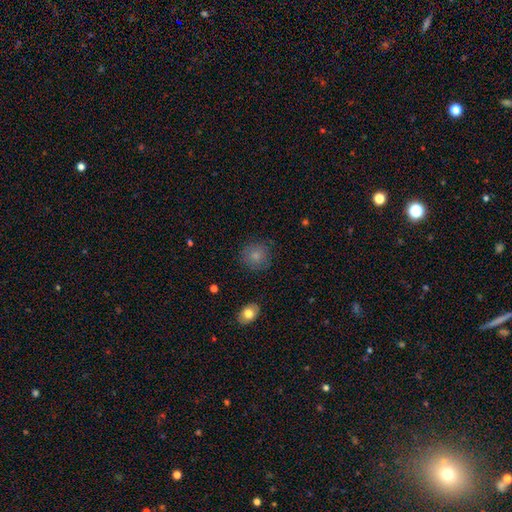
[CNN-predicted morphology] Smooth or featured?
  - smooth: 82% *
  - star or artifact: 10%
  - featured or disk: 9%
How rounded?
  - round: 88% *
  - in between: 11%
  - cigar-shaped: 1%
Merging?
  - none: 83% *
  - minor disturbance: 12%
  - major disturbance: 3%
  - merger: 1%